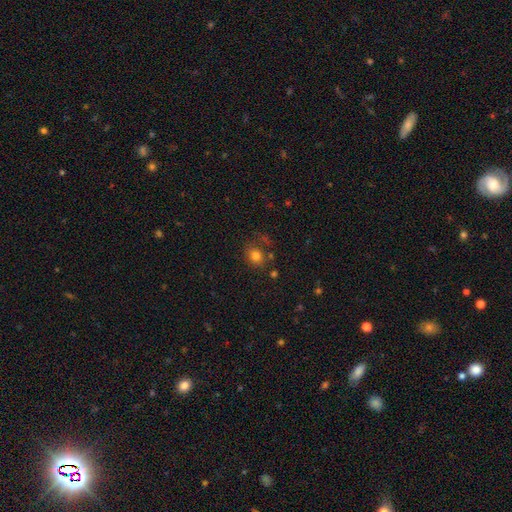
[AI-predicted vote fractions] Smooth or featured?
  - smooth: 78% *
  - star or artifact: 13%
  - featured or disk: 9%
How rounded?
  - round: 63% *
  - in between: 36%
  - cigar-shaped: 1%
Merging?
  - none: 69% *
  - minor disturbance: 16%
  - merger: 8%
  - major disturbance: 7%